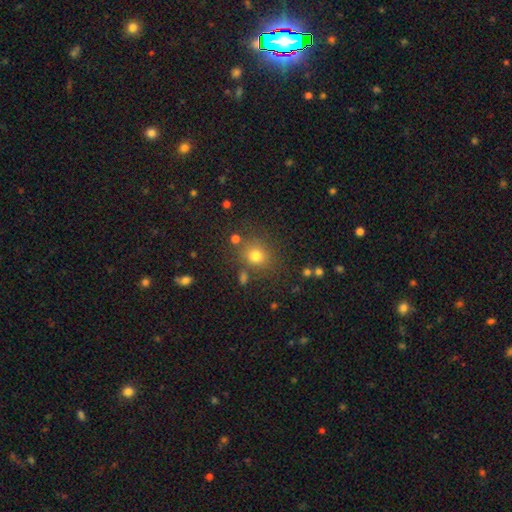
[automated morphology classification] Smooth or featured?
  - smooth: 76% *
  - star or artifact: 16%
  - featured or disk: 8%
How rounded?
  - round: 72% *
  - in between: 27%
  - cigar-shaped: 1%
Merging?
  - none: 77% *
  - minor disturbance: 12%
  - merger: 7%
  - major disturbance: 5%